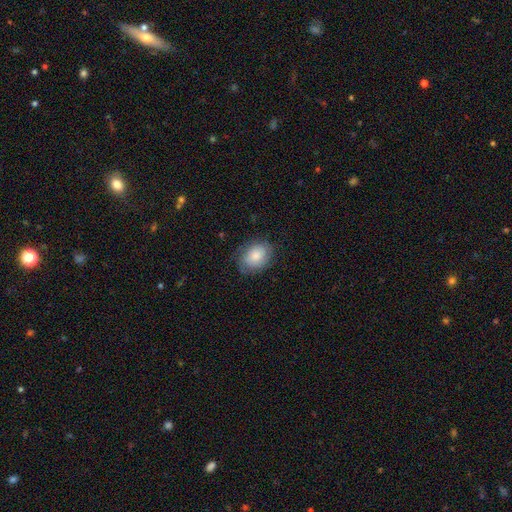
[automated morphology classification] A smooth galaxy with no disk features (73%) that is in between round and cigar-shaped (70%).

Vote fractions:
- Smooth or featured? smooth: 73% / featured or disk: 20% / star or artifact: 7%
- How rounded? in between: 70% / round: 29% / cigar-shaped: 1%
- Merging? none: 71% / minor disturbance: 21% / major disturbance: 7% / merger: 1%